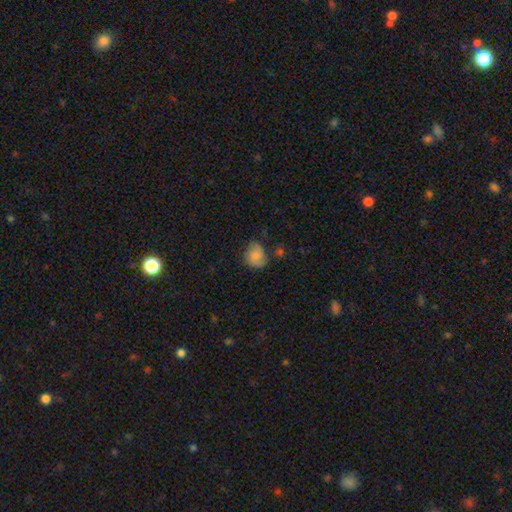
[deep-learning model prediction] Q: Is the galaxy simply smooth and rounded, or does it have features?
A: smooth — 70%.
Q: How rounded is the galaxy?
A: round — 60%.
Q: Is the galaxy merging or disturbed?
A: none — 57%.